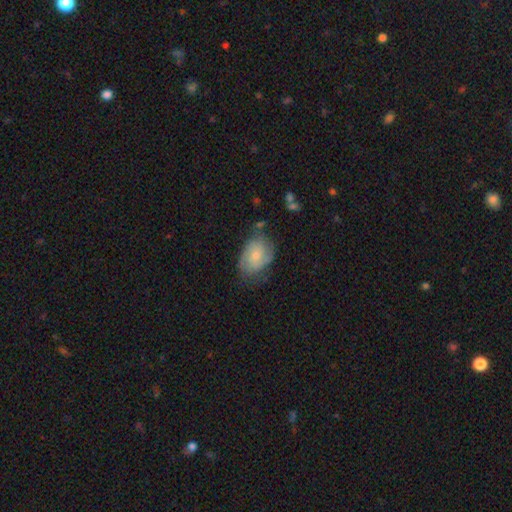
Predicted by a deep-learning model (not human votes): A smooth galaxy with no disk features (56%) that is in between round and cigar-shaped (75%).

Vote fractions:
- Smooth or featured? smooth: 56% / featured or disk: 36% / star or artifact: 7%
- How rounded? in between: 75% / round: 24% / cigar-shaped: 1%
- Merging? none: 56% / minor disturbance: 30% / major disturbance: 11% / merger: 3%